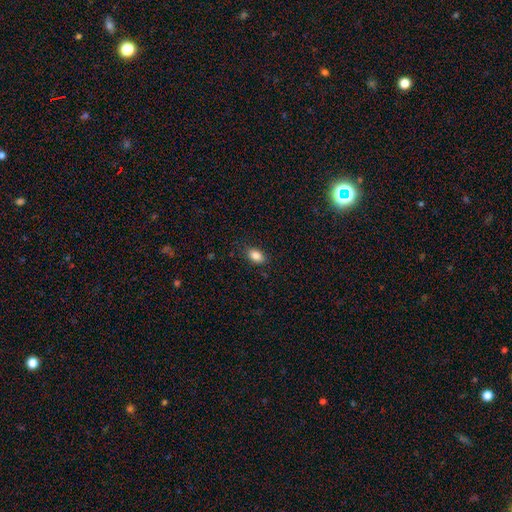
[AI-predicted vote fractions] Smooth or featured: smooth — 86% (star or artifact — 9%)
How rounded: in between — 87% (round — 11%)
Merging: none — 85% (minor disturbance — 11%)